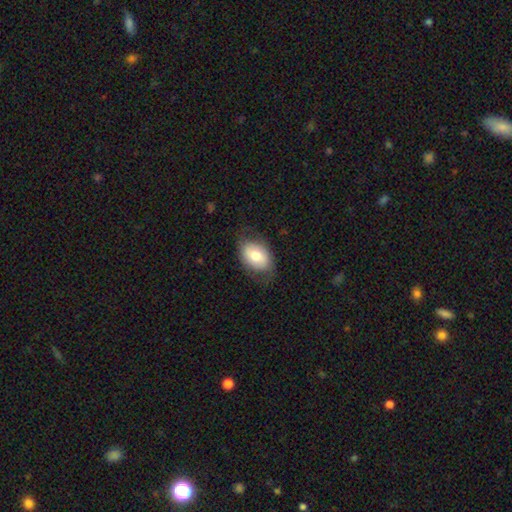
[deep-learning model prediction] The model was most divided on "smooth or featured": smooth: 69%, featured or disk: 24%, star or artifact: 7%. More confident: how rounded — in between (80%); merging — none (69%).